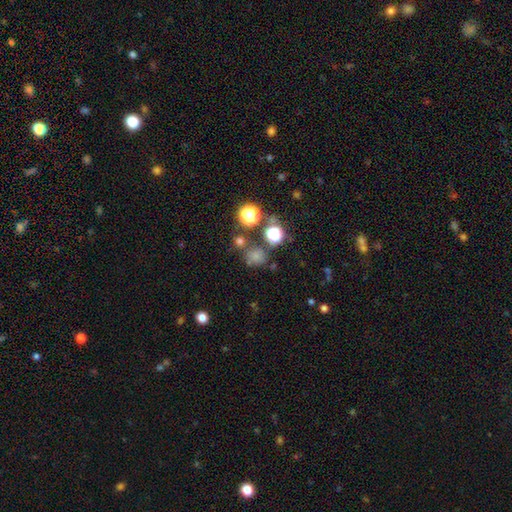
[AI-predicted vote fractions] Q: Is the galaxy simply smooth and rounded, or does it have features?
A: smooth — 65%.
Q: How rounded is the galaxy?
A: round — 84%.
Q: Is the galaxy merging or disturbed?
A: none — 67%.